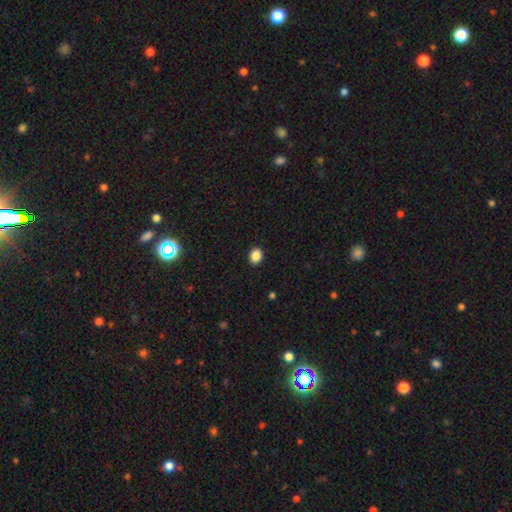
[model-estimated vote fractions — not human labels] Q: Smooth or featured?
A: smooth (88%); runner-up: star or artifact (9%)
Q: How rounded?
A: in between (56%); runner-up: round (43%)
Q: Merging?
A: none (91%); runner-up: minor disturbance (6%)